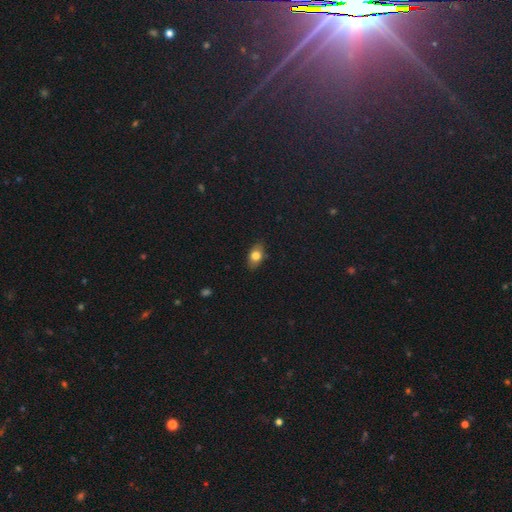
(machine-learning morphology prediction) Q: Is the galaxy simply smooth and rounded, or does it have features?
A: smooth — 78%.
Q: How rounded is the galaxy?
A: in between — 82%.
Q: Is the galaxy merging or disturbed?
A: none — 84%.